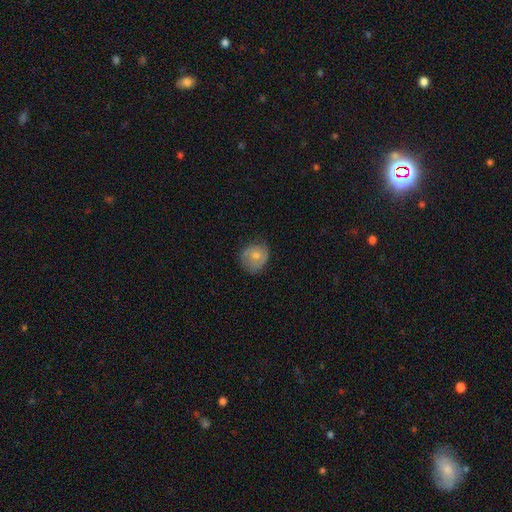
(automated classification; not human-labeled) A smooth galaxy with no disk features (68%) that is round (79%).

Vote fractions:
- Smooth or featured? smooth: 68% / featured or disk: 25% / star or artifact: 7%
- How rounded? round: 79% / in between: 20% / cigar-shaped: 1%
- Merging? none: 67% / minor disturbance: 24% / major disturbance: 8% / merger: 1%